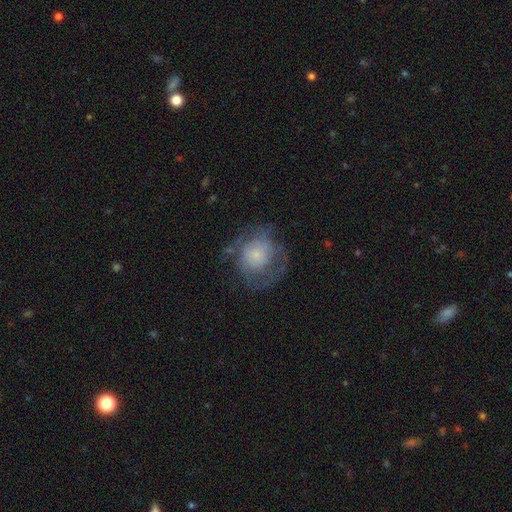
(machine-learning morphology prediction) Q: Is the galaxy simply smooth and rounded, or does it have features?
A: smooth — 47%.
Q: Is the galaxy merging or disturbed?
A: none — 46%.